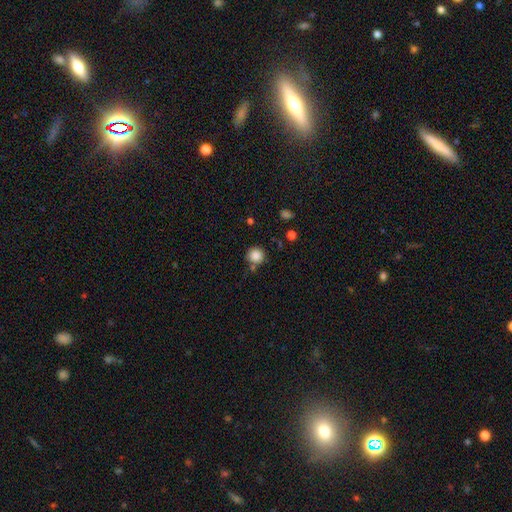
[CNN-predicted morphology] A smooth galaxy with no disk features (86%) that is round (94%).

Vote fractions:
- Smooth or featured? smooth: 86% / star or artifact: 10% / featured or disk: 4%
- How rounded? round: 94% / in between: 6% / cigar-shaped: 1%
- Merging? none: 75% / minor disturbance: 12% / merger: 9% / major disturbance: 4%